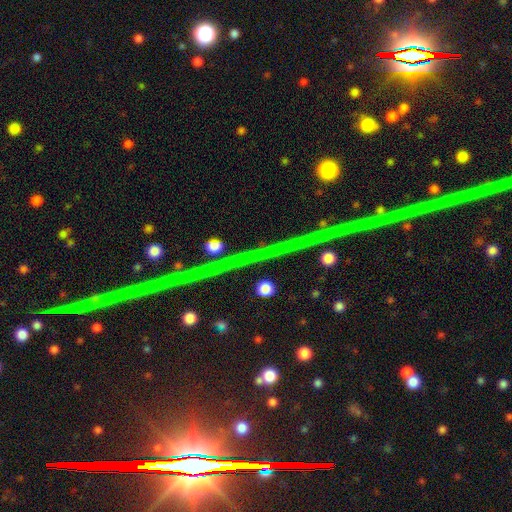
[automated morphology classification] Smooth or featured: star or artifact — 58% (featured or disk — 22%)